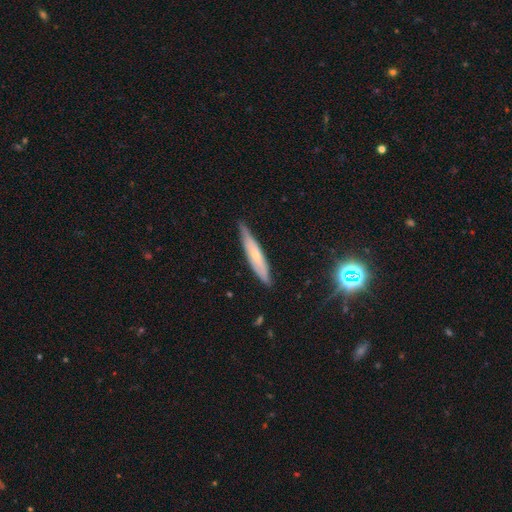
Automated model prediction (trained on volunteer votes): Morphology: type=featured or disk (47%); merging=none (81%).